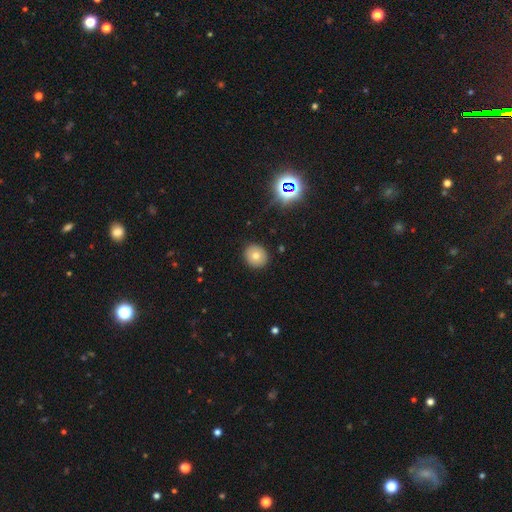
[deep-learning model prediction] smooth_or_featured: smooth (p=0.71) [alt: featured or disk p=0.15]
how_rounded: round (p=0.85) [alt: in between p=0.14]
merging: none (p=0.90) [alt: minor disturbance p=0.07]